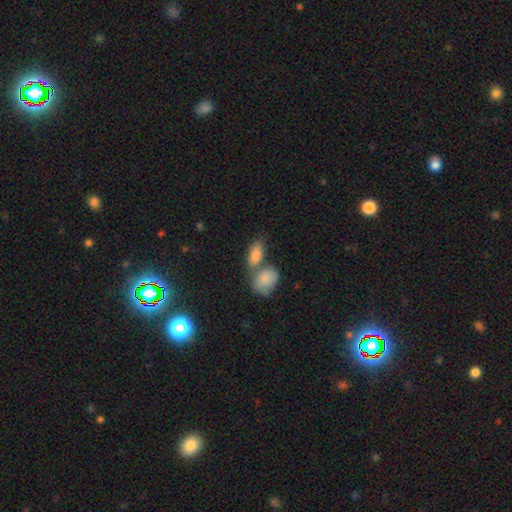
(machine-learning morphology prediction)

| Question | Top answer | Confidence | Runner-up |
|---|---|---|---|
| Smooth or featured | smooth | 80% | featured or disk (10%) |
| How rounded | in between | 85% | round (8%) |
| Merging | merger | 43% | none (42%) |